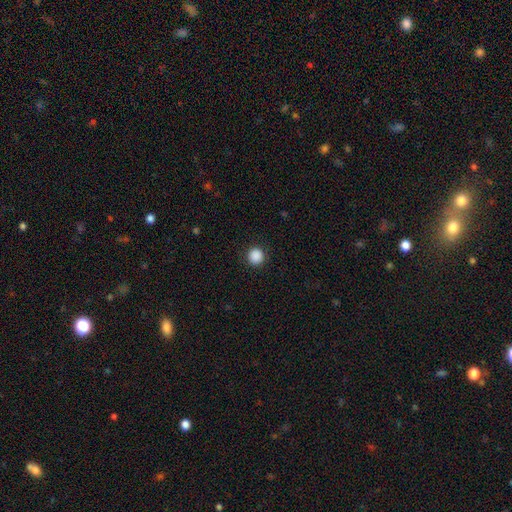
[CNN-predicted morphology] Smooth or featured? smooth (88%)
How rounded? round (94%)
Merging? none (91%)